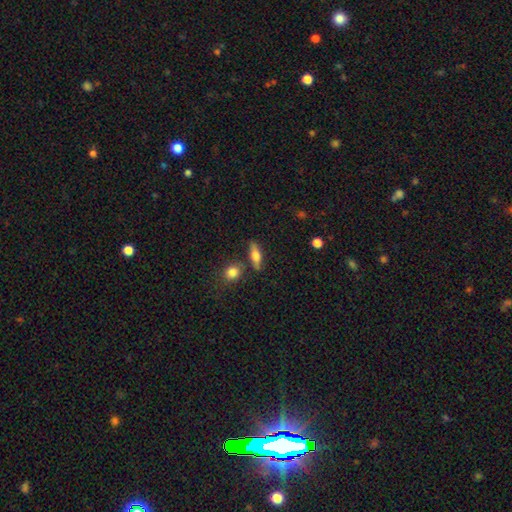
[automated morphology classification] smooth 57%, featured or disk 36%, star or artifact 8%. Down the decision tree: how rounded — in between (50%); merging — none (76%).